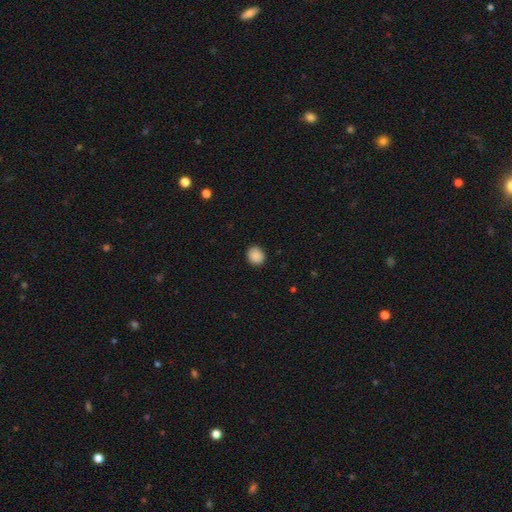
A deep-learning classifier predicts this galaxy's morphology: A smooth galaxy with no disk features (89%) that is round (83%).

Vote fractions:
- Smooth or featured? smooth: 89% / star or artifact: 9% / featured or disk: 3%
- How rounded? round: 83% / in between: 16% / cigar-shaped: 1%
- Merging? none: 90% / minor disturbance: 7% / major disturbance: 2% / merger: 1%